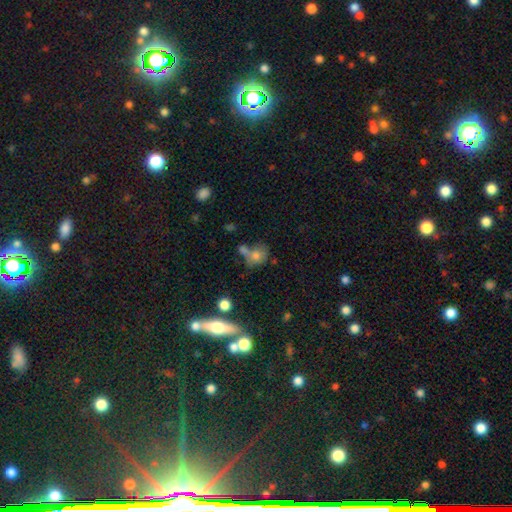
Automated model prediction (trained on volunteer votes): This appears to be a smooth galaxy with no disk features (70%) that is round (57%). Merging: none (38%).